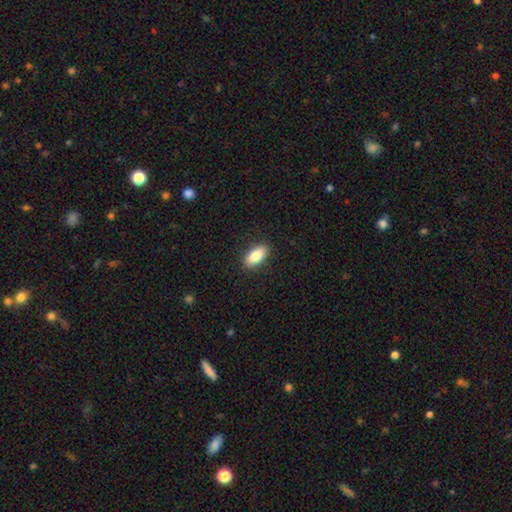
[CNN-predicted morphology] This is clearly a smooth galaxy (83%). How rounded: clearly in between (89%). Merging: clearly none (89%).